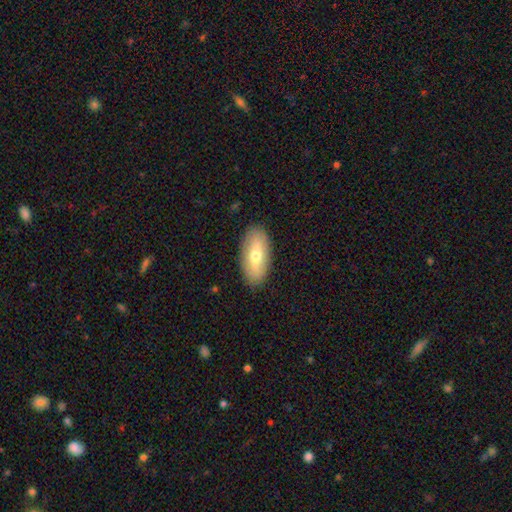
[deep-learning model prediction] A smooth galaxy with no disk features (61%) that is in between round and cigar-shaped (87%). Merging: none (88%).